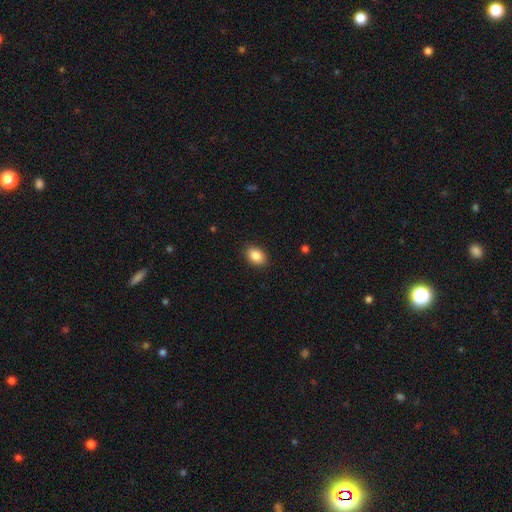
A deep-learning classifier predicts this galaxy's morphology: smooth 87%, star or artifact 8%, featured or disk 5%. Down the decision tree: how rounded — in between (84%); merging — none (89%).